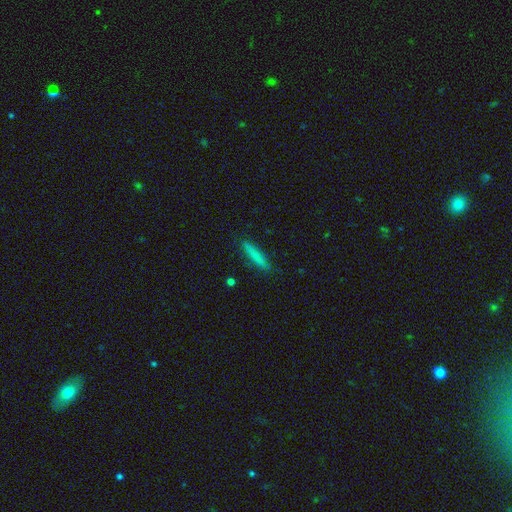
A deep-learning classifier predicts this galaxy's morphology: The model was most divided on "smooth or featured": smooth: 80%, featured or disk: 14%, star or artifact: 7%. More confident: how rounded — cigar-shaped (91%); merging — none (89%).